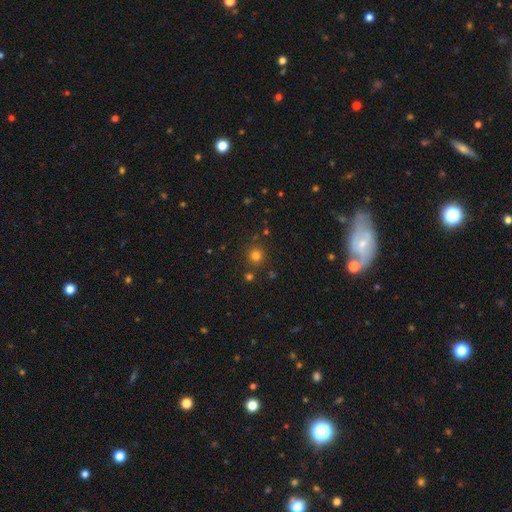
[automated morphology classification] This appears to be a smooth galaxy with no disk features (76%) that is round (93%). Merging: none (84%).